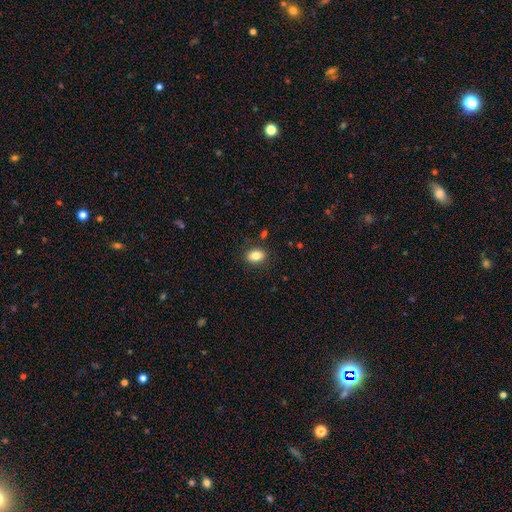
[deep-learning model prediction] Morphology: type=smooth (83%); roundness=in between (77%); merging=none (85%).